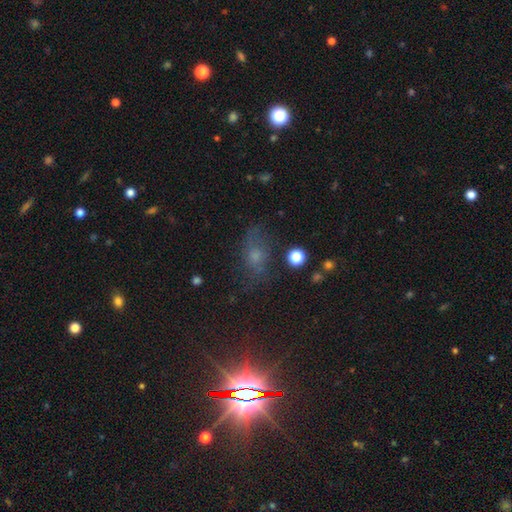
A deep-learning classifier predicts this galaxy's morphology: A smooth galaxy with no disk features (42%).

Vote fractions:
- Smooth or featured? smooth: 42% / star or artifact: 34% / featured or disk: 24%
- Merging? none: 64% / minor disturbance: 20% / major disturbance: 13% / merger: 3%